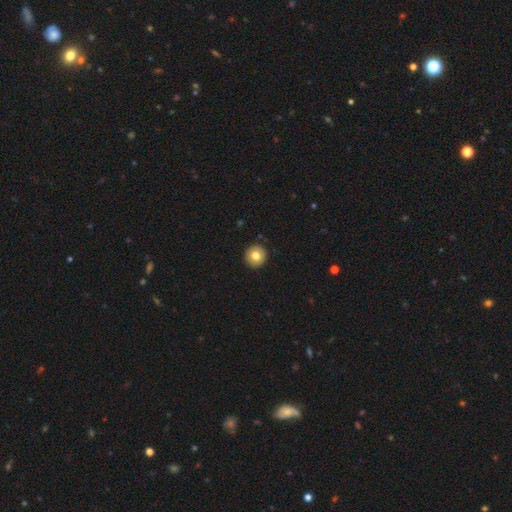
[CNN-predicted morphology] Smooth or featured? Predicted: smooth (p=0.79). How rounded? Predicted: round (p=0.94). Merging? Predicted: none (p=0.92).